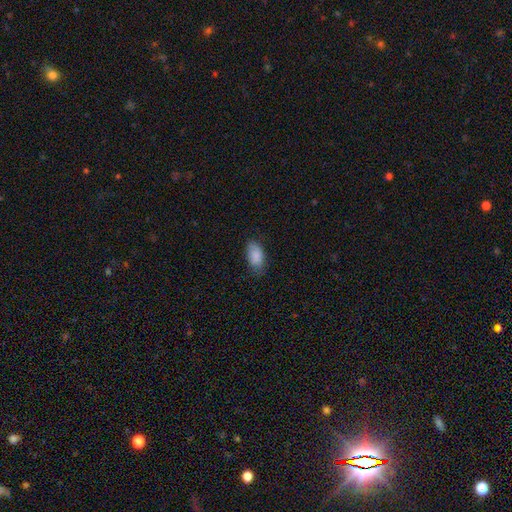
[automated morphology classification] smooth 88%, star or artifact 7%, featured or disk 5%. Down the decision tree: how rounded — in between (93%); merging — none (70%).